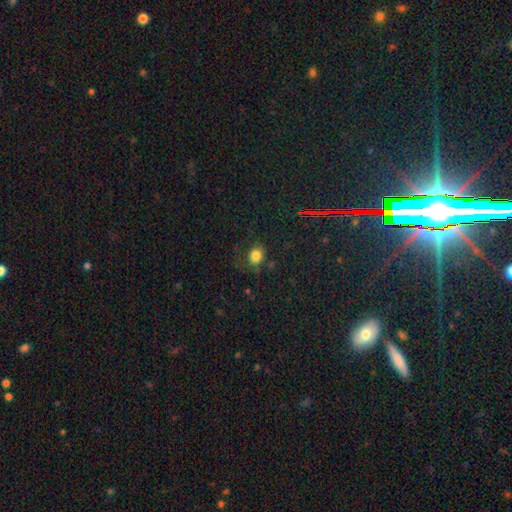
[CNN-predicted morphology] Smooth or featured: smooth — 78% (star or artifact — 15%)
How rounded: round — 66% (in between — 33%)
Merging: none — 66% (minor disturbance — 20%)